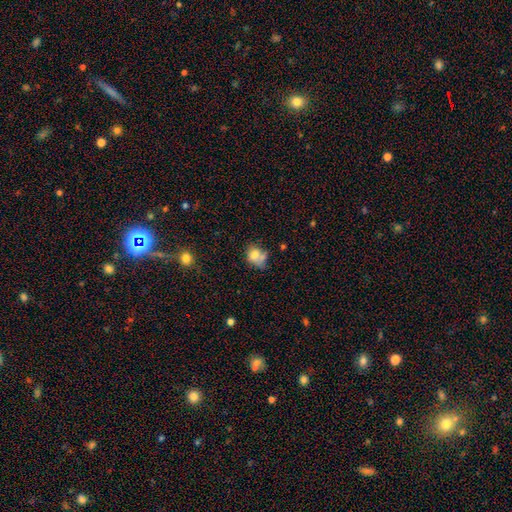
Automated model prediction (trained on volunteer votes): smooth_or_featured: smooth (p=0.73) [alt: featured or disk p=0.17]
how_rounded: round (p=0.50) [alt: in between p=0.49]
merging: none (p=0.35) [alt: merger p=0.30]